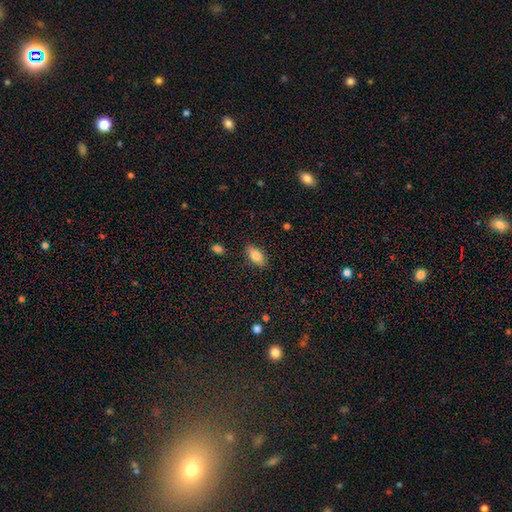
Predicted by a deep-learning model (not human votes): Smooth or featured?
  - smooth: 83% *
  - featured or disk: 10%
  - star or artifact: 8%
How rounded?
  - in between: 90% *
  - cigar-shaped: 5%
  - round: 5%
Merging?
  - none: 86% *
  - minor disturbance: 10%
  - major disturbance: 2%
  - merger: 1%